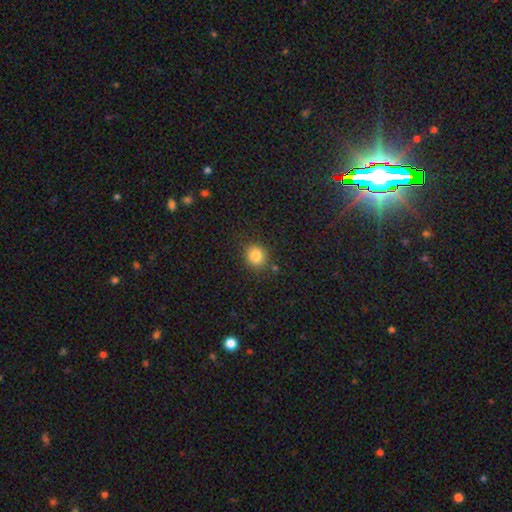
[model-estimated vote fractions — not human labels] Overall: smooth (84%). How rounded: round (80%). Merging: none (84%).